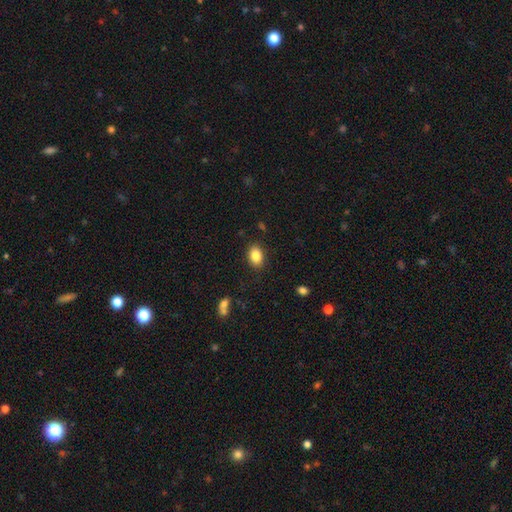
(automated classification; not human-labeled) The model was most divided on "how rounded": in between: 80%, round: 18%, cigar-shaped: 1%. More confident: merging — none (87%); smooth or featured — smooth (85%).